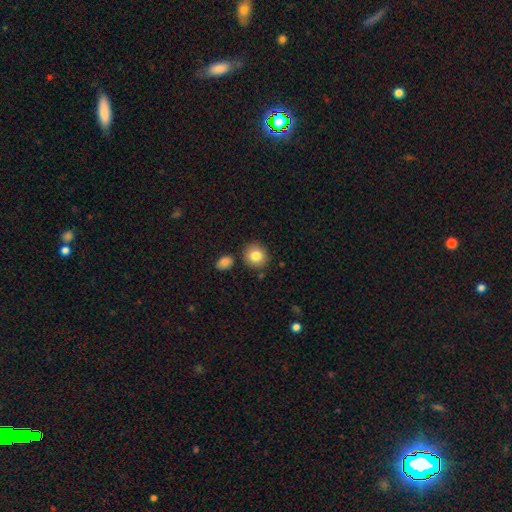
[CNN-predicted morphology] smooth 82%, star or artifact 9%, featured or disk 9%. Down the decision tree: how rounded — round (85%); merging — none (84%).